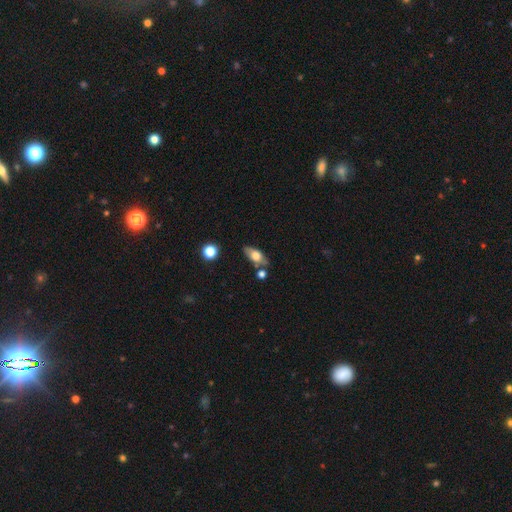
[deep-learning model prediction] This is likely a smooth galaxy (63%). How rounded: clearly in between (82%). Merging: likely none (69%).